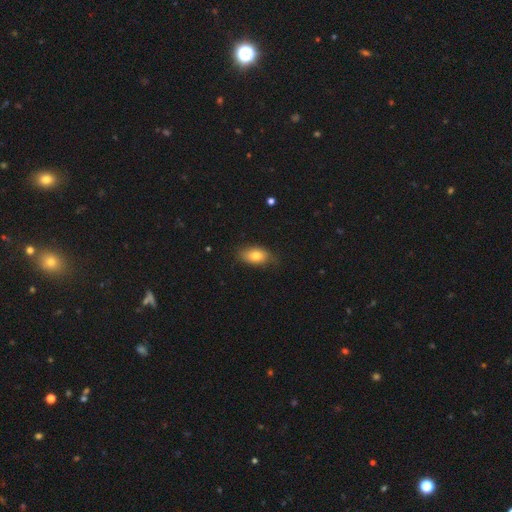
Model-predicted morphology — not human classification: This appears to be a smooth galaxy with no disk features (79%) that is in between round and cigar-shaped (88%). Merging: none (74%).